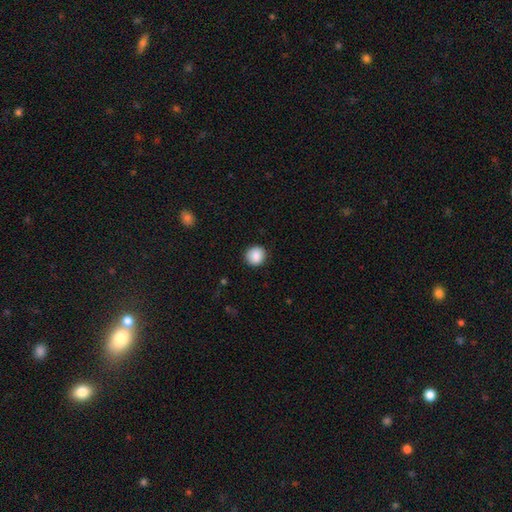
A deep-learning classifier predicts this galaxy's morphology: Smooth or featured? smooth (88%)
How rounded? round (90%)
Merging? none (89%)